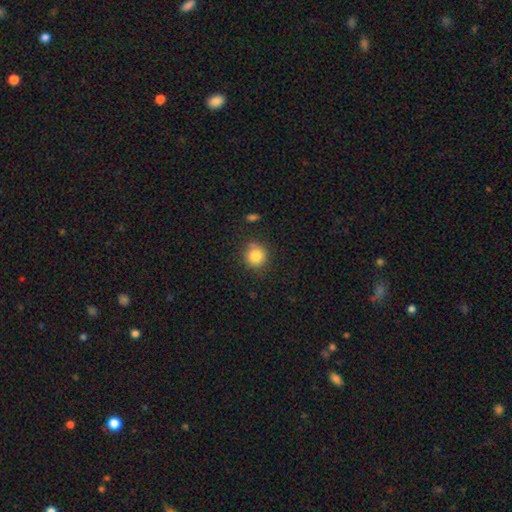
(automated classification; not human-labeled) This appears to be a smooth galaxy with no disk features (85%) that is round (91%). Merging: none (82%).